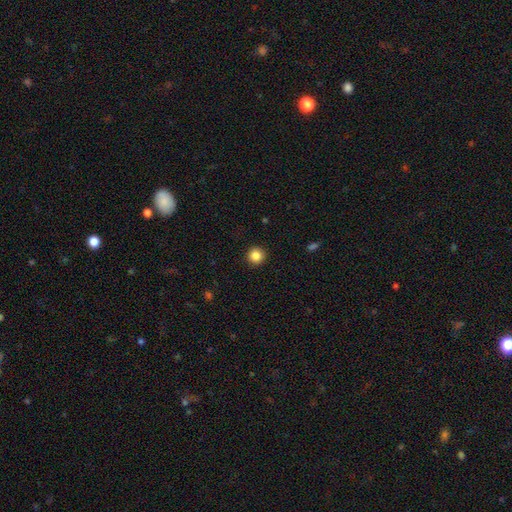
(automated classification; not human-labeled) smooth 85%, star or artifact 10%, featured or disk 4%. Down the decision tree: how rounded — round (95%); merging — none (92%).